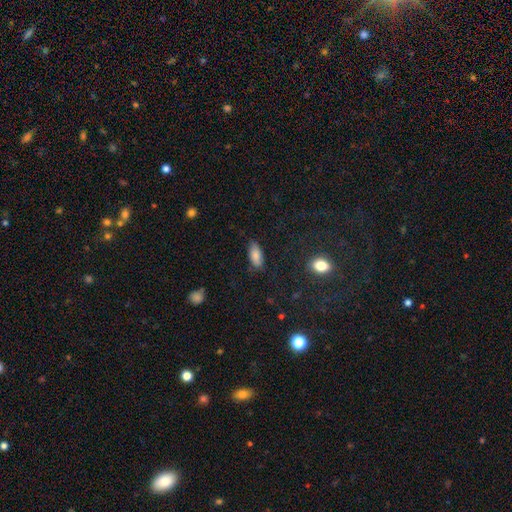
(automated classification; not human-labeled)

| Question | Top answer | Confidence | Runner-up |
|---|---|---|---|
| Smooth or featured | smooth | 82% | featured or disk (10%) |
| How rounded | in between | 85% | cigar-shaped (13%) |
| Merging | none | 76% | minor disturbance (18%) |